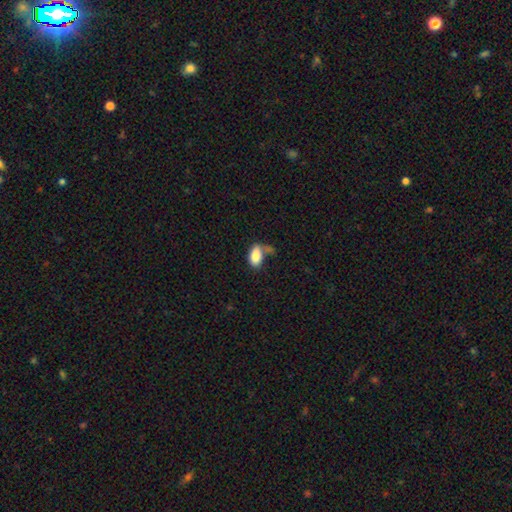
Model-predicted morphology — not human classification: Smooth or featured? Predicted: smooth (p=0.83). How rounded? Predicted: in between (p=0.92). Merging? Predicted: none (p=0.35).